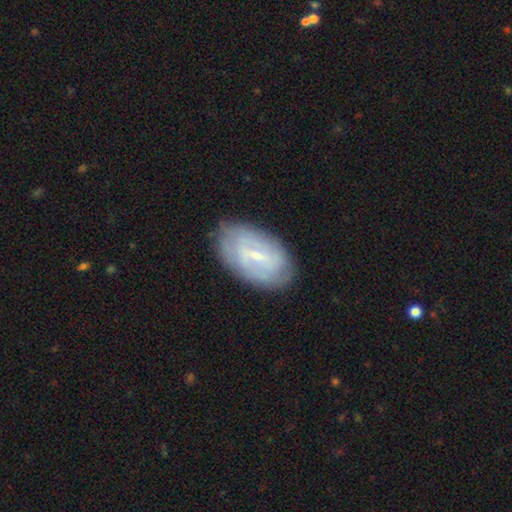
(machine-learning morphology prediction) This is likely a featured or disk galaxy (64%). It is clearly not viewed edge-on (94%). Bar: possibly weak (52%). Spiral arm pattern: likely yes (62%). Central bulge: likely small (71%). Merging: likely none (78%).